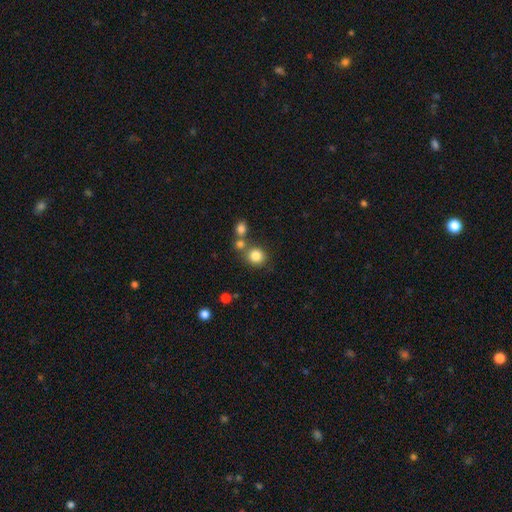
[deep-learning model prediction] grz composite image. It shows a smooth galaxy with no disk features (82%) that is round (87%). Merging: none (66%).